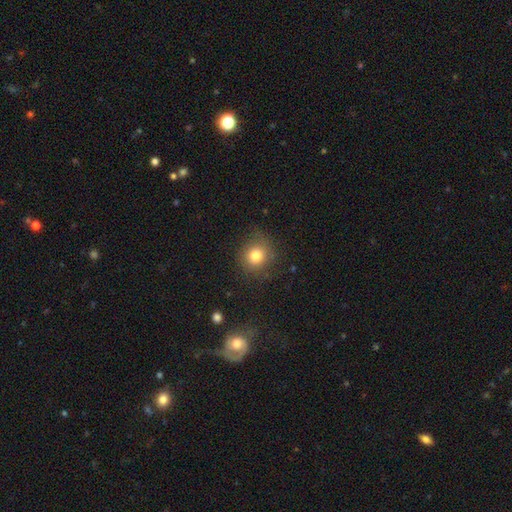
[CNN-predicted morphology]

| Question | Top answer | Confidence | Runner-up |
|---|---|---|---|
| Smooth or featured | smooth | 80% | star or artifact (11%) |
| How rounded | round | 85% | in between (14%) |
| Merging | none | 78% | minor disturbance (15%) |